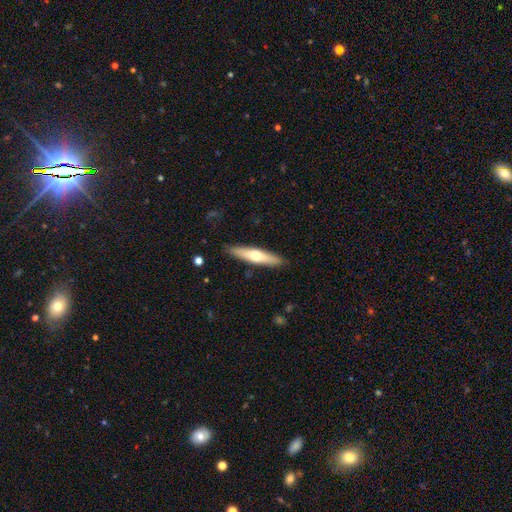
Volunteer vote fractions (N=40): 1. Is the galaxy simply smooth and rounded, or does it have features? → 60% smooth, 38% featured or disk, 2% star or artifact.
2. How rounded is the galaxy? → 75% cigar-shaped, 25% in between, 0% round.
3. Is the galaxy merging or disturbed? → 90% none, 5% minor disturbance, 5% merger, 0% major disturbance.